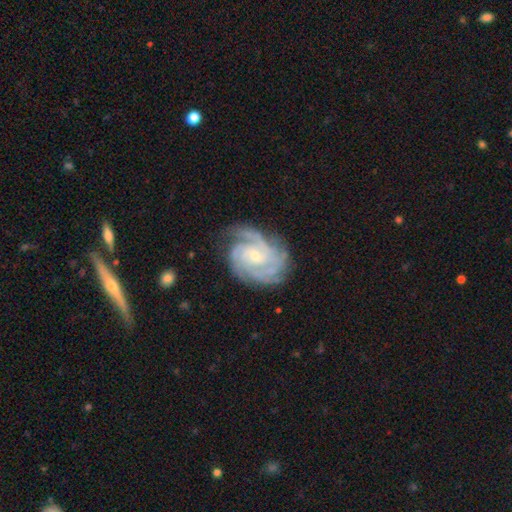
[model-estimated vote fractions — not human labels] A featured or disk galaxy (90%) with no bar (65%), 3 (35%) tight (69%) spiral arms (98%) and a small central bulge (70%). Merging: none (72%).